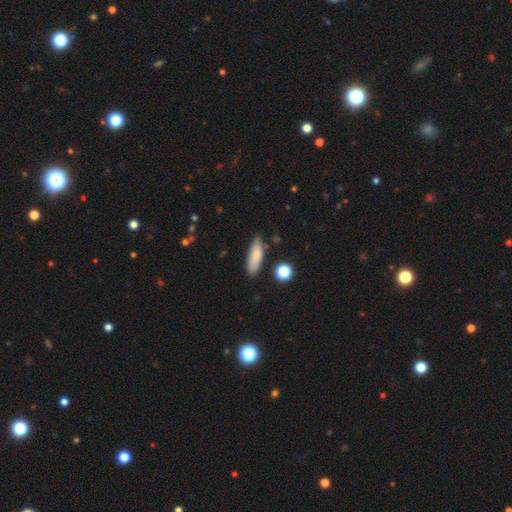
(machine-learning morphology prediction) A smooth galaxy with no disk features (81%) that is in between round and cigar-shaped (55%). Merging: none (80%).